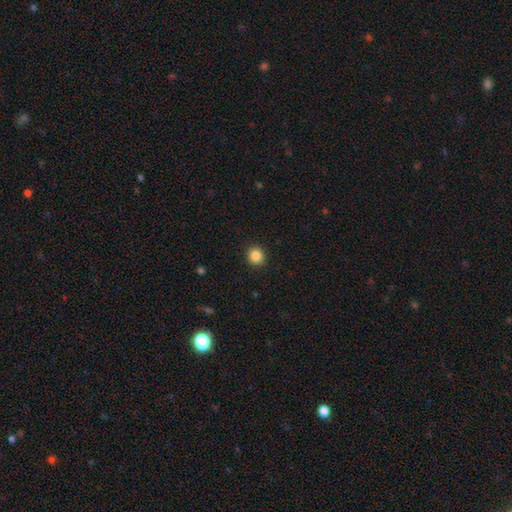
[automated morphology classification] smooth_or_featured: smooth (p=0.86) [alt: star or artifact p=0.10]
how_rounded: round (p=0.86) [alt: in between p=0.13]
merging: none (p=0.92) [alt: minor disturbance p=0.06]